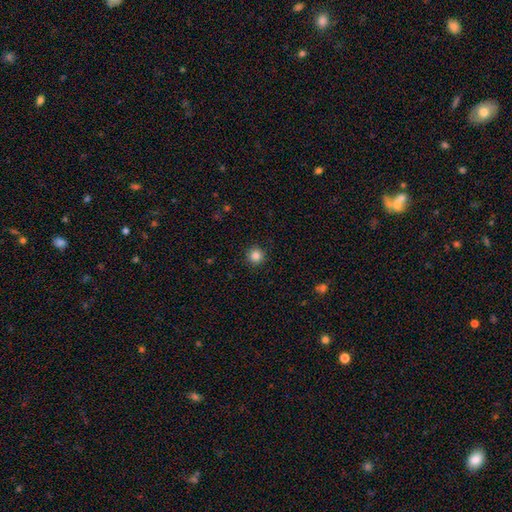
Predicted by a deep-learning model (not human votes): A smooth galaxy with no disk features (84%) that is round (96%). Merging: none (92%).